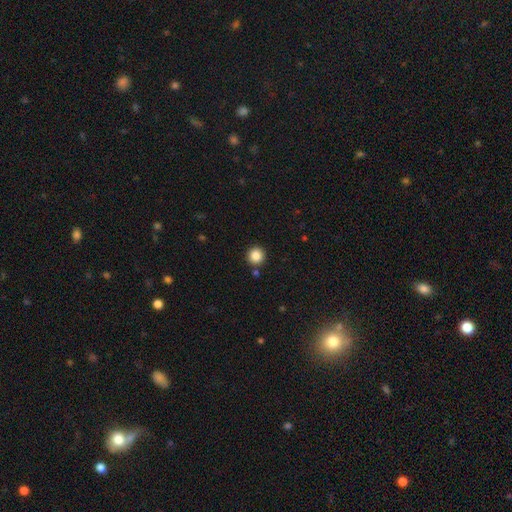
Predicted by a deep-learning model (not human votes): A smooth galaxy with no disk features (86%) that is round (95%). Merging: none (89%).